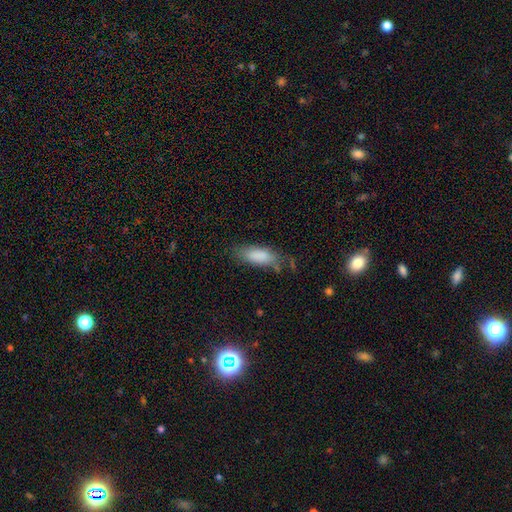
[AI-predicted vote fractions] Smooth or featured? smooth (79%)
How rounded? in between (67%)
Merging? none (60%)